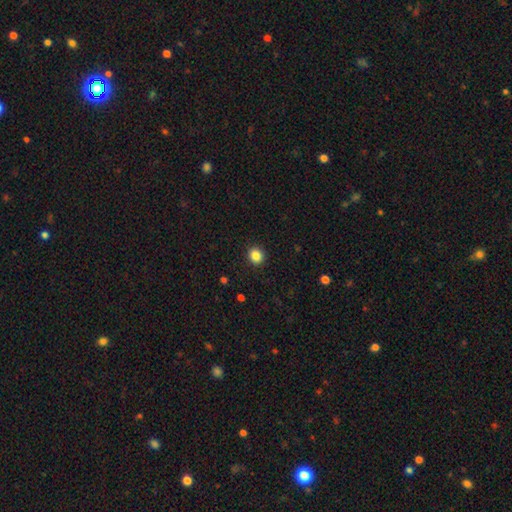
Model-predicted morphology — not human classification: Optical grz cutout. It shows a smooth galaxy with no disk features (85%) that is round (83%). Merging: none (92%).